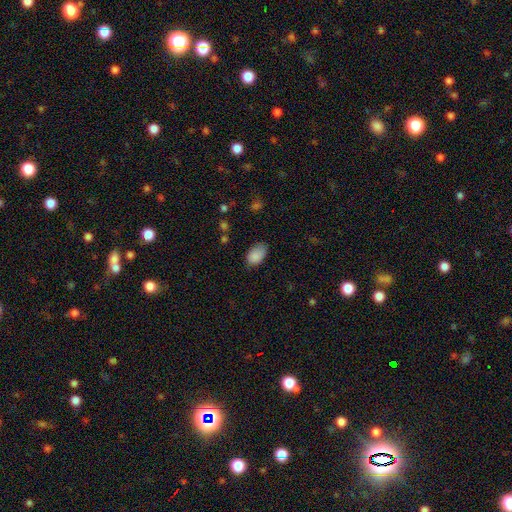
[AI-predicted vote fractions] Q: Smooth or featured?
A: smooth (88%); runner-up: star or artifact (8%)
Q: How rounded?
A: in between (91%); runner-up: round (8%)
Q: Merging?
A: none (71%); runner-up: minor disturbance (23%)